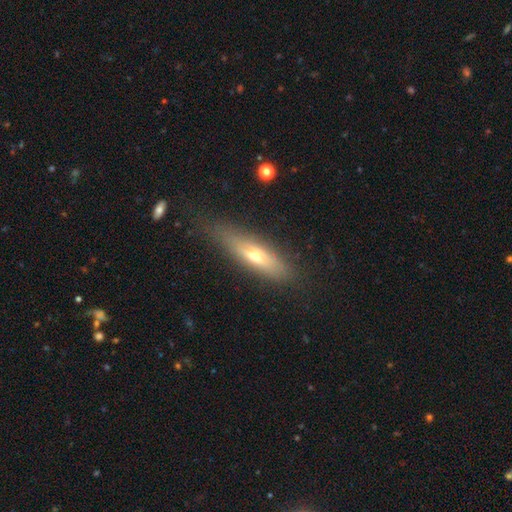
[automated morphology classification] Smooth or featured?
  - smooth: 51% *
  - featured or disk: 41%
  - star or artifact: 8%
How rounded?
  - cigar-shaped: 62% *
  - in between: 35%
  - round: 3%
Merging?
  - none: 72% *
  - minor disturbance: 19%
  - major disturbance: 7%
  - merger: 2%